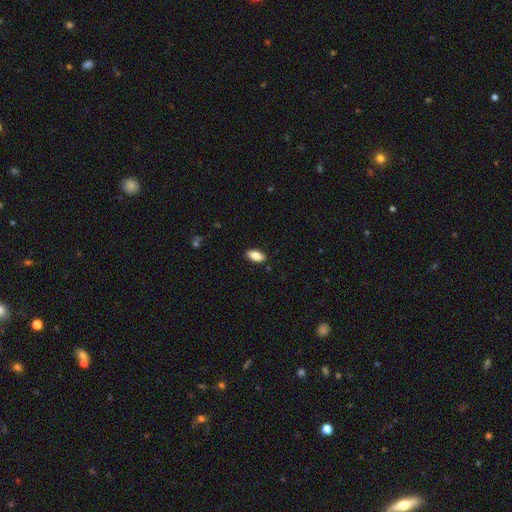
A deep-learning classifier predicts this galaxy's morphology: A smooth galaxy with no disk features (84%) that is in between round and cigar-shaped (87%).

Vote fractions:
- Smooth or featured? smooth: 84% / featured or disk: 9% / star or artifact: 7%
- How rounded? in between: 87% / cigar-shaped: 11% / round: 2%
- Merging? none: 88% / minor disturbance: 9% / major disturbance: 2% / merger: 1%